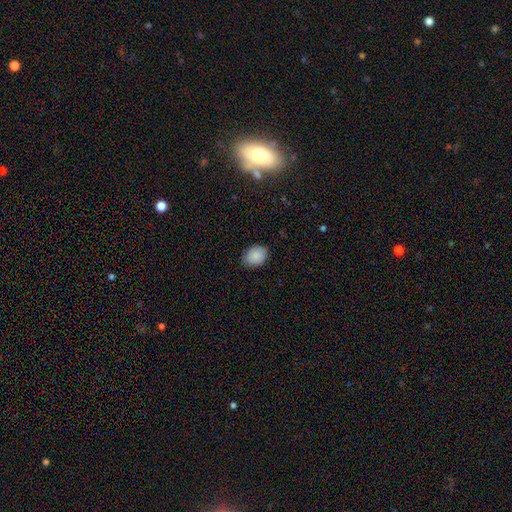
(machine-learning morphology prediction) This appears to be a smooth galaxy with no disk features (89%) that is in between round and cigar-shaped (57%). Merging: none (85%).